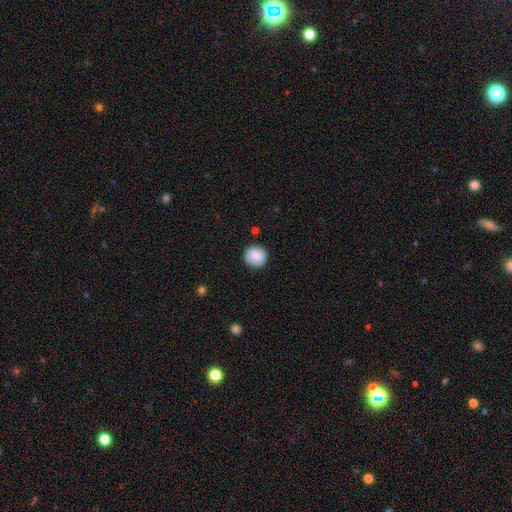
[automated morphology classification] smooth-or-featured: smooth: 87% | star or artifact: 8% | featured or disk: 5%
  how-rounded: round: 94% | in between: 5% | cigar-shaped: 1%
  merging: none: 89% | minor disturbance: 8% | major disturbance: 2% | merger: 1%